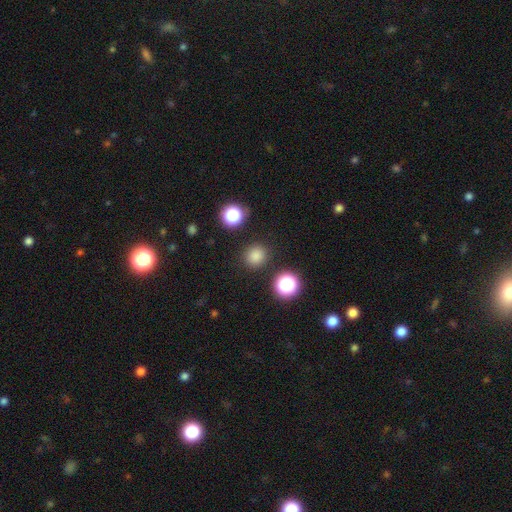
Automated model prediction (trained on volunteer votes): The model was most divided on "smooth or featured": smooth: 81%, star or artifact: 15%, featured or disk: 4%. More confident: merging — none (88%); how rounded — round (87%).